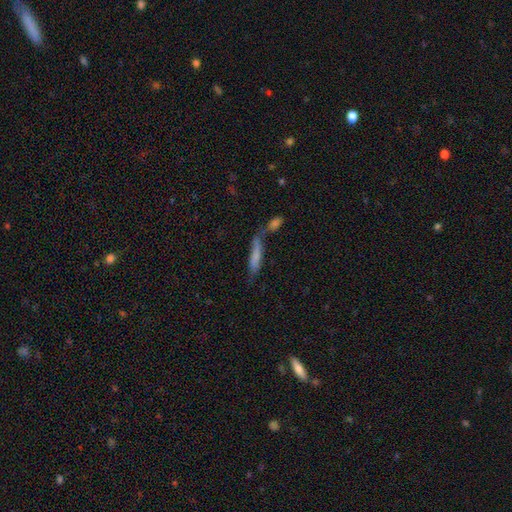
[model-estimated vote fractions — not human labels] Smooth or featured? smooth (67%)
How rounded? cigar-shaped (82%)
Merging? none (40%, tied with merger)